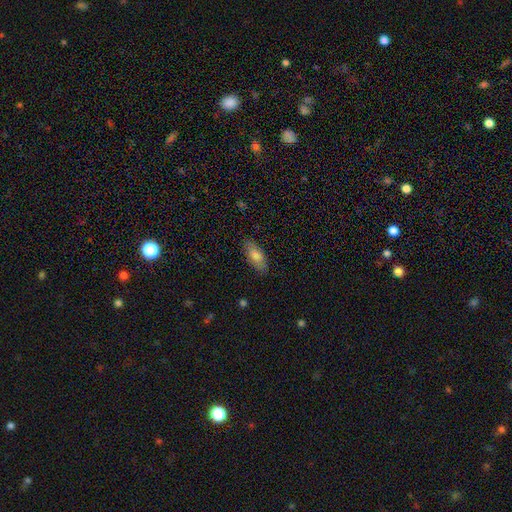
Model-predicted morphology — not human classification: Overall: smooth (75%). How rounded: in between (84%). Merging: none (83%).